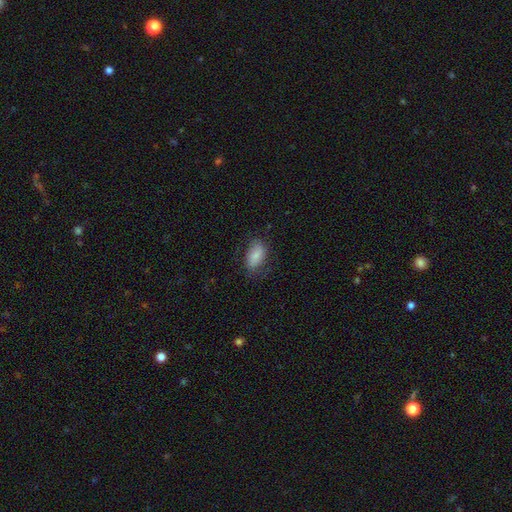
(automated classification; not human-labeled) smooth-or-featured: smooth: 76% | featured or disk: 16% | star or artifact: 7%
  how-rounded: in between: 92% | round: 6% | cigar-shaped: 2%
  merging: none: 68% | minor disturbance: 22% | major disturbance: 9% | merger: 1%